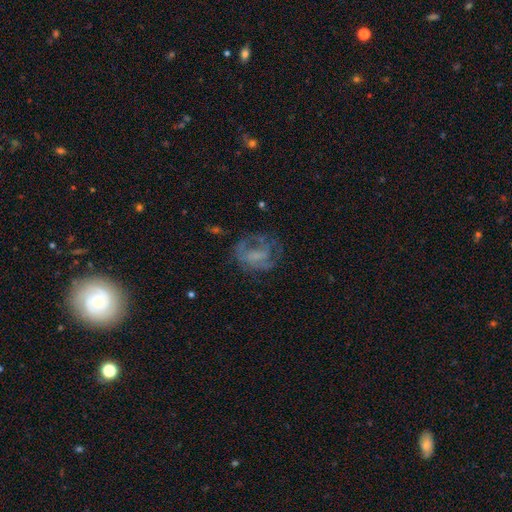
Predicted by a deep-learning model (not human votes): Smooth or featured?
  - featured or disk: 58% *
  - smooth: 29%
  - star or artifact: 13%
Edge-on disk?
  - no: 97% *
  - yes: 3%
Bar?
  - no: 58% *
  - weak: 32%
  - strong: 10%
Spiral arms?
  - yes: 57% *
  - no: 43%
Bulge size?
  - none: 54% *
  - small: 23%
  - moderate: 17%
  - large: 5%
  - dominant: 1%
Merging?
  - none: 51% *
  - major disturbance: 27%
  - minor disturbance: 21%
  - merger: 2%